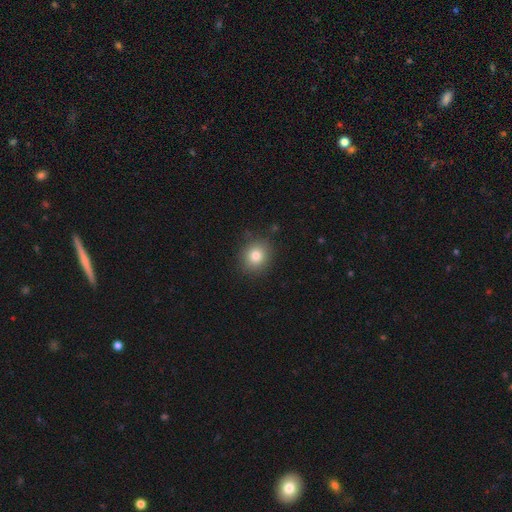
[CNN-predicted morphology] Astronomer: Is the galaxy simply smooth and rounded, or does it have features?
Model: smooth — 81%.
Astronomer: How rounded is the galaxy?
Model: round — 80%.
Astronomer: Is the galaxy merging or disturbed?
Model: none — 88%.